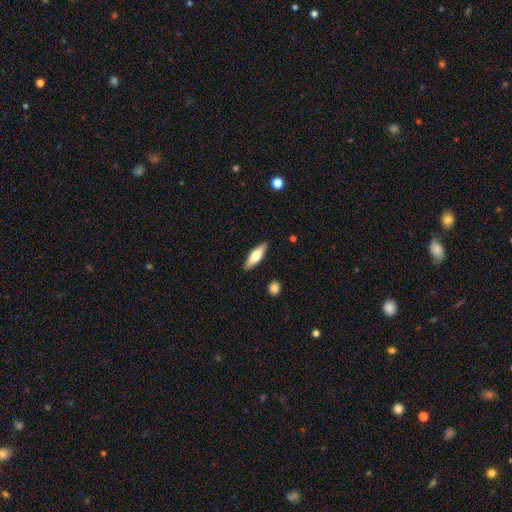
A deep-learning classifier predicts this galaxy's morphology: Smooth or featured? Predicted: smooth (p=0.65). How rounded? Predicted: in between (p=0.50). Merging? Predicted: none (p=0.87).